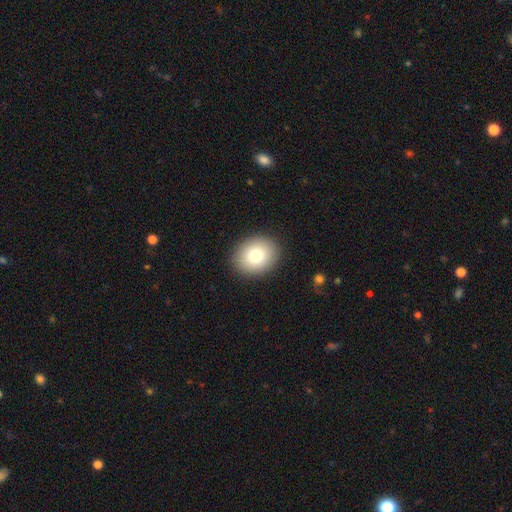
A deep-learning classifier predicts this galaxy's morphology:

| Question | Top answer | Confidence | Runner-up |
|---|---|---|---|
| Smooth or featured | smooth | 79% | featured or disk (12%) |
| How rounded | round | 52% | in between (47%) |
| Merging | none | 90% | minor disturbance (7%) |